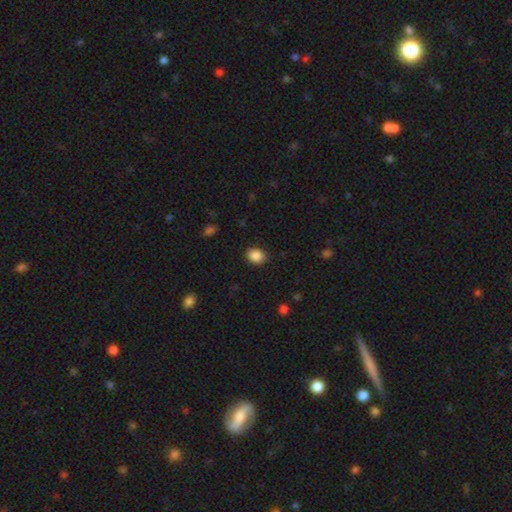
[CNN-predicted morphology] Smooth or featured? smooth (88%)
How rounded? in between (54%)
Merging? none (87%)